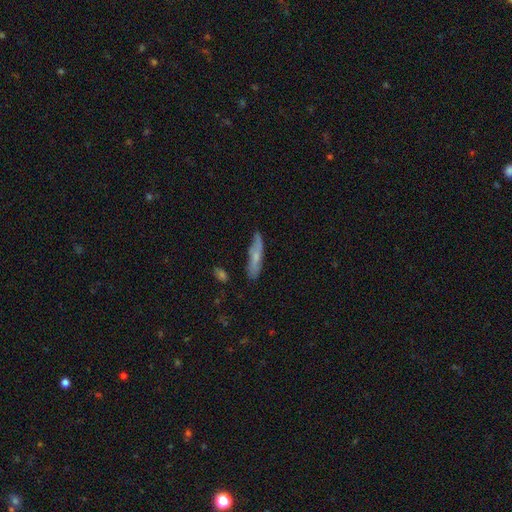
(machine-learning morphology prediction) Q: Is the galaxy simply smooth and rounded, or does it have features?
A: smooth — 52%.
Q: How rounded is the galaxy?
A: cigar-shaped — 81%.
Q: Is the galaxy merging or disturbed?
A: none — 74%.